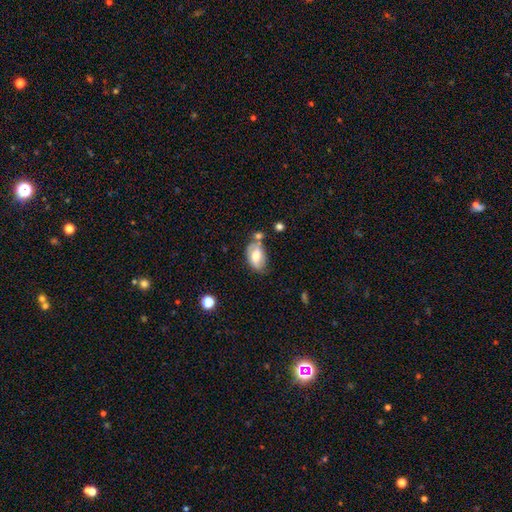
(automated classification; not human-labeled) Morphology: type=smooth (55%); roundness=in between (91%); merging=none (46%).